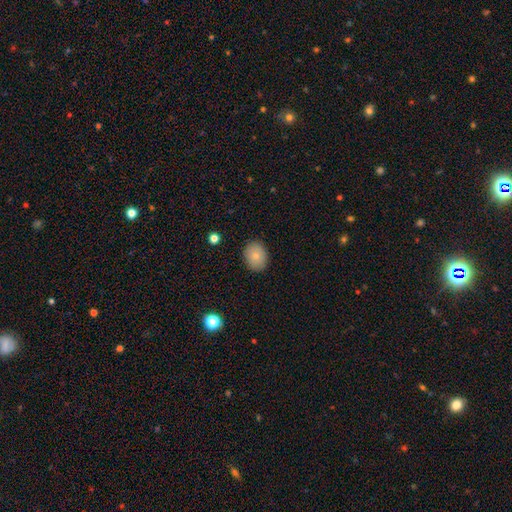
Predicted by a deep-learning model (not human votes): Smooth or featured? smooth (81%)
How rounded? in between (60%)
Merging? none (88%)